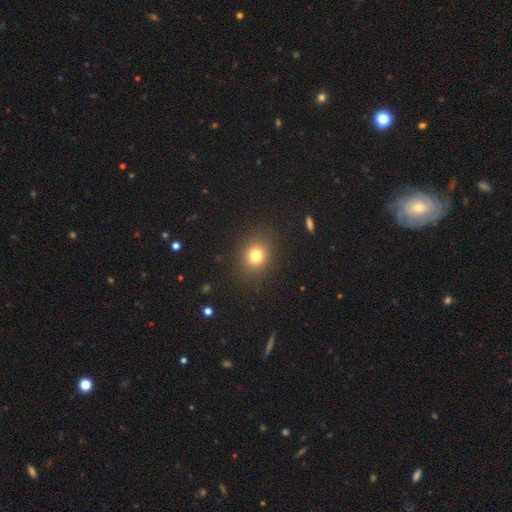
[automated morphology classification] Smooth or featured? smooth (78%)
How rounded? round (71%)
Merging? none (88%)